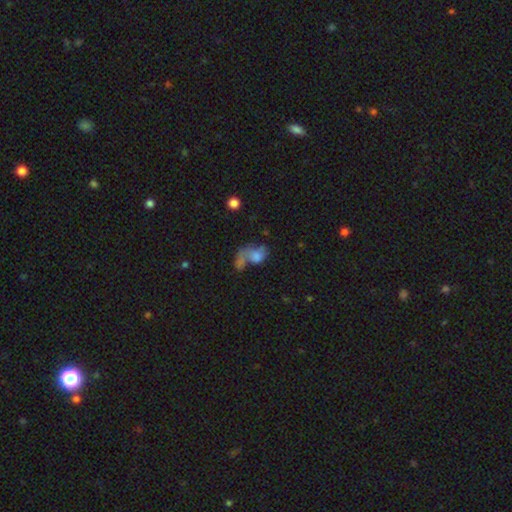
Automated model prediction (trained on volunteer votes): smooth-or-featured: smooth: 60% | featured or disk: 26% | star or artifact: 14%
  how-rounded: in between: 67% | round: 30% | cigar-shaped: 3%
  merging: merger: 38% | major disturbance: 30% | none: 20% | minor disturbance: 12%